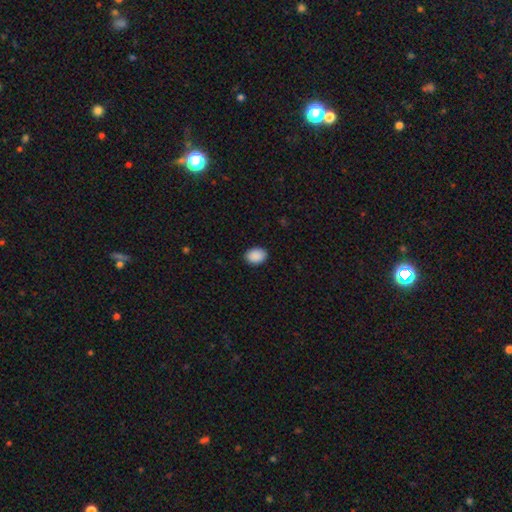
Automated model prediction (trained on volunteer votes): smooth-or-featured: smooth: 91% | star or artifact: 7% | featured or disk: 2%
  how-rounded: in between: 72% | round: 27% | cigar-shaped: 1%
  merging: none: 89% | minor disturbance: 8% | major disturbance: 2% | merger: 1%